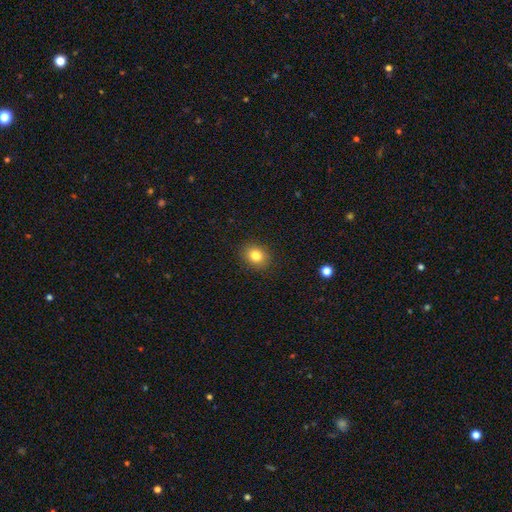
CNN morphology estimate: Smooth or featured? Predicted: smooth (p=0.82). How rounded? Predicted: round (p=0.55). Merging? Predicted: none (p=0.89).